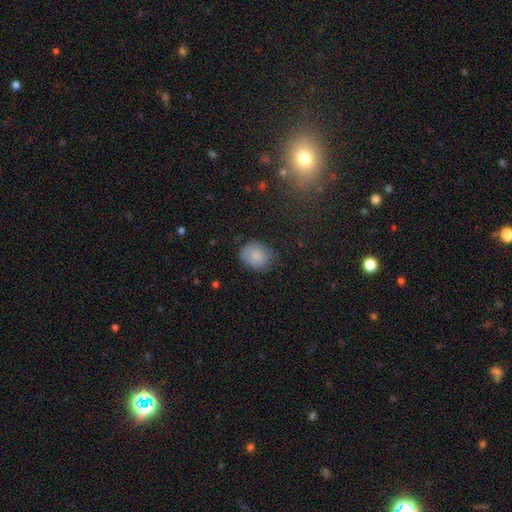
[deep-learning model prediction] This is clearly a smooth galaxy (83%). How rounded: possibly round (52%). Merging: likely none (72%).